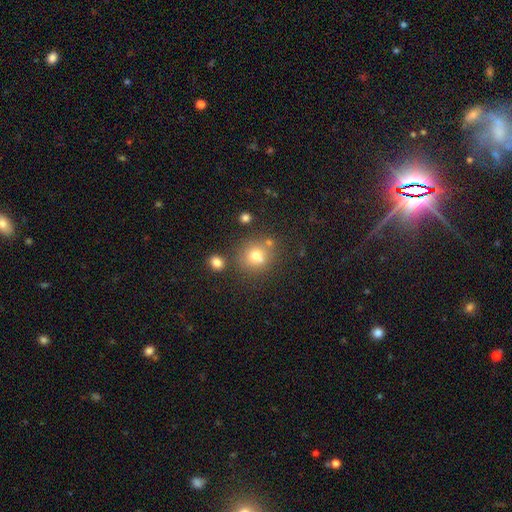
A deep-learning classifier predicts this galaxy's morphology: Smooth or featured? smooth (72%)
How rounded? round (85%)
Merging? none (66%)